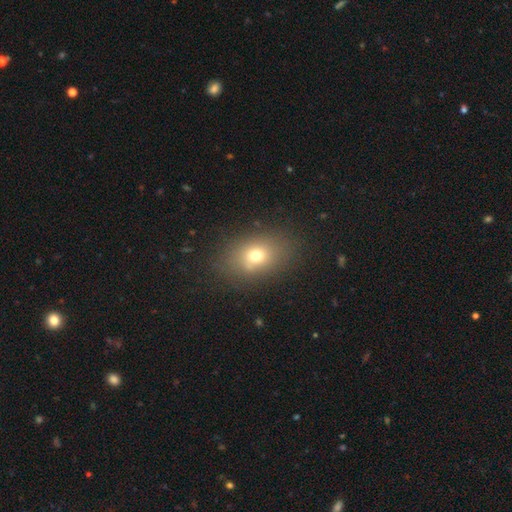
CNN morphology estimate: Smooth or featured: smooth — 71% (featured or disk — 15%)
How rounded: in between — 67% (round — 32%)
Merging: none — 81% (minor disturbance — 12%)